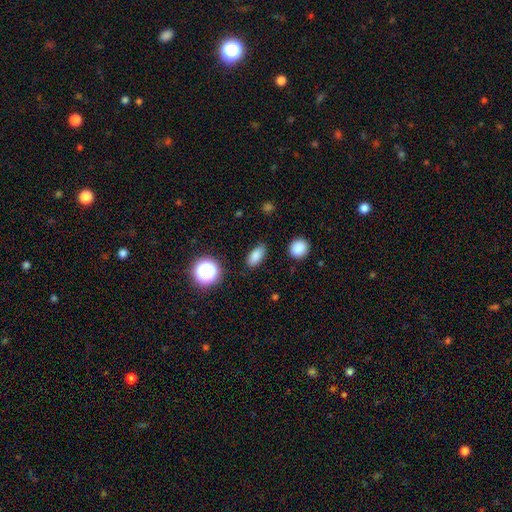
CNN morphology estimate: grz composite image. It shows a smooth galaxy with no disk features (83%) that is in between round and cigar-shaped (83%). Merging: none (86%).